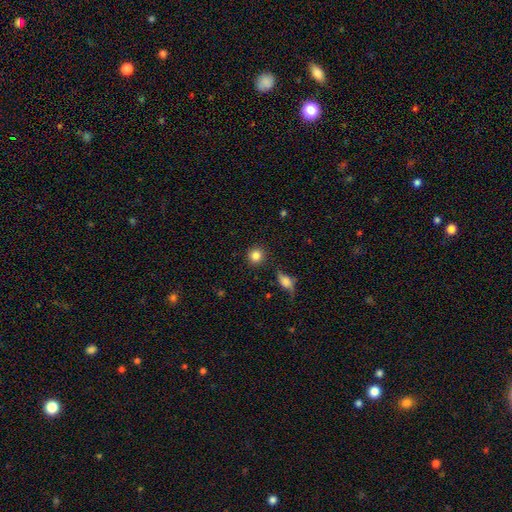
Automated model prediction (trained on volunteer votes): A smooth galaxy with no disk features (84%) that is round (91%). Merging: none (88%).